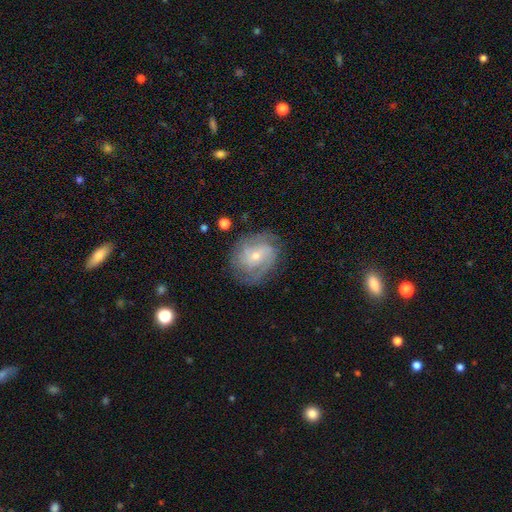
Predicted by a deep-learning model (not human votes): Smooth or featured?
  - featured or disk: 78% *
  - smooth: 15%
  - star or artifact: 7%
Edge-on disk?
  - no: 97% *
  - yes: 3%
Bar?
  - no: 57% *
  - weak: 34%
  - strong: 9%
Spiral arms?
  - yes: 92% *
  - no: 8%
Spiral winding?
  - tight: 48% *
  - medium: 39%
  - loose: 14%
Spiral arm count?
  - 2: 38% *
  - can't tell: 27%
  - 3: 20%
  - 4: 6%
  - 1: 5%
  - more than 4: 4%
Bulge size?
  - small: 68% *
  - moderate: 29%
  - large: 1%
  - none: 1%
  - dominant: 1%
Merging?
  - none: 76% *
  - minor disturbance: 16%
  - major disturbance: 7%
  - merger: 1%